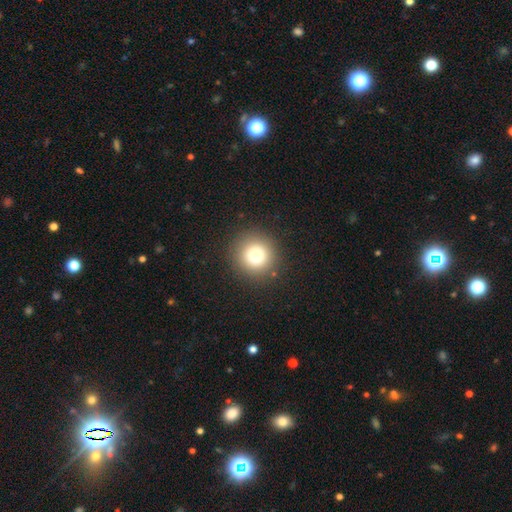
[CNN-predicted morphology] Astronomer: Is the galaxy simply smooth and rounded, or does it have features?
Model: smooth — 81%.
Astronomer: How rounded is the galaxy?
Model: round — 95%.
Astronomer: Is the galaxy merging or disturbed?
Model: none — 89%.